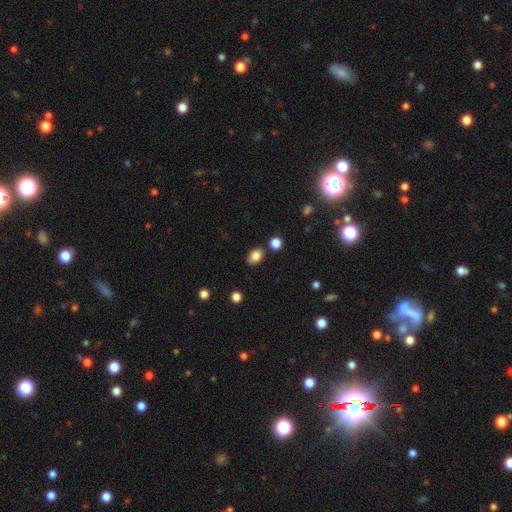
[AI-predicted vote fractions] smooth_or_featured: smooth (p=0.84) [alt: star or artifact p=0.10]
how_rounded: in between (p=0.75) [alt: round p=0.24]
merging: none (p=0.79) [alt: minor disturbance p=0.13]